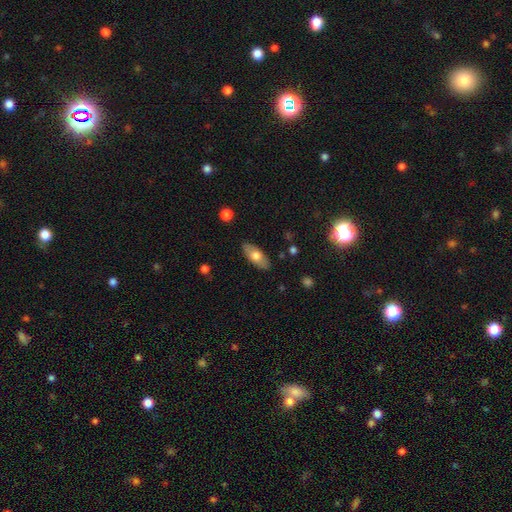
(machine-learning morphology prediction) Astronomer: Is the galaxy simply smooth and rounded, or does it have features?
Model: smooth — 66%.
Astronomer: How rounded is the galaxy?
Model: in between — 83%.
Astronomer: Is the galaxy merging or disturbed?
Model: none — 86%.